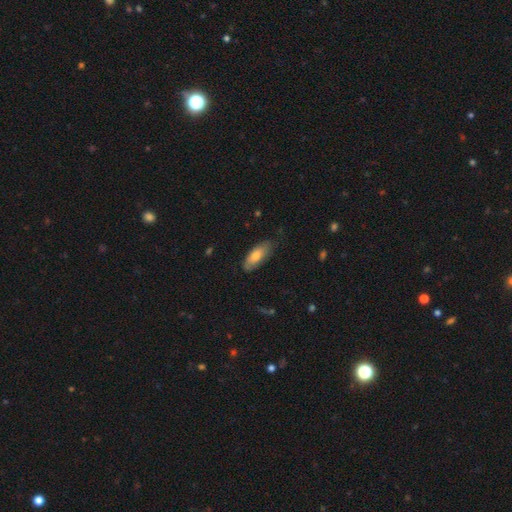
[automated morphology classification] Smooth or featured? Predicted: smooth (p=0.70). How rounded? Predicted: in between (p=0.78). Merging? Predicted: none (p=0.72).